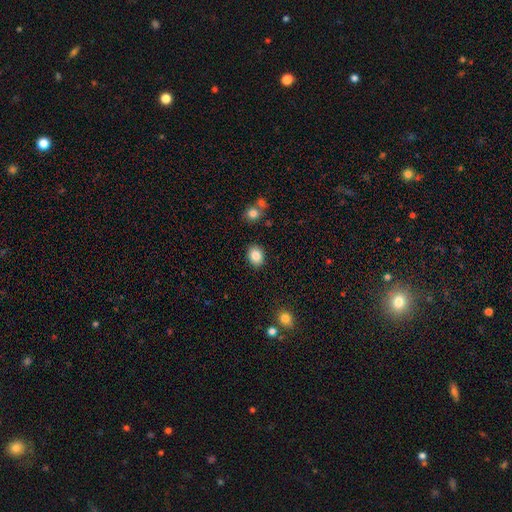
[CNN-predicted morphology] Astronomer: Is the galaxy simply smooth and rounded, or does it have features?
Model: smooth — 85%.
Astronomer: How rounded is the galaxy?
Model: in between — 51% (runner-up: round, 48%).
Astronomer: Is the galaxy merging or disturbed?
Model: none — 88%.